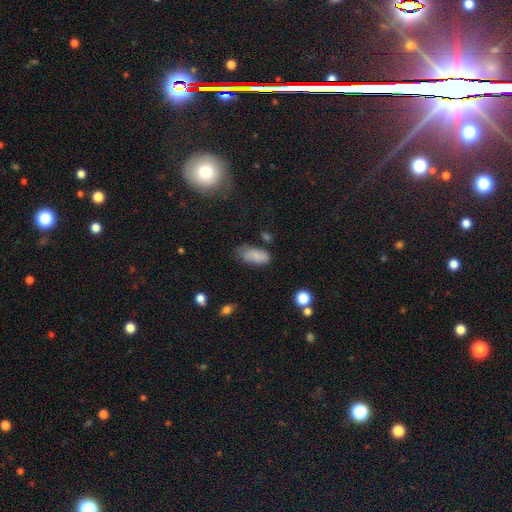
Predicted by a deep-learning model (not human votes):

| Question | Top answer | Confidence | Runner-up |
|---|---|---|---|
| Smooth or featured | smooth | 80% | featured or disk (12%) |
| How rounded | in between | 90% | cigar-shaped (7%) |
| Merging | none | 59% | minor disturbance (29%) |